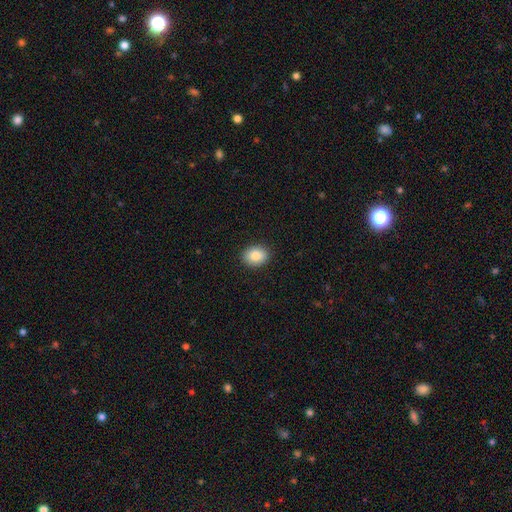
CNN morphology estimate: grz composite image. It shows a smooth galaxy with no disk features (86%) that is in between round and cigar-shaped (62%). Merging: none (90%).